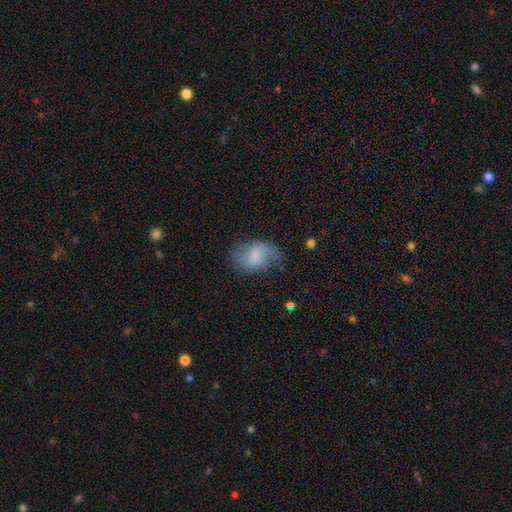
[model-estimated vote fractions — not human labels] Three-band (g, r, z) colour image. It shows a smooth galaxy with no disk features (53%) that is in between round and cigar-shaped (80%). Merging: none (60%).